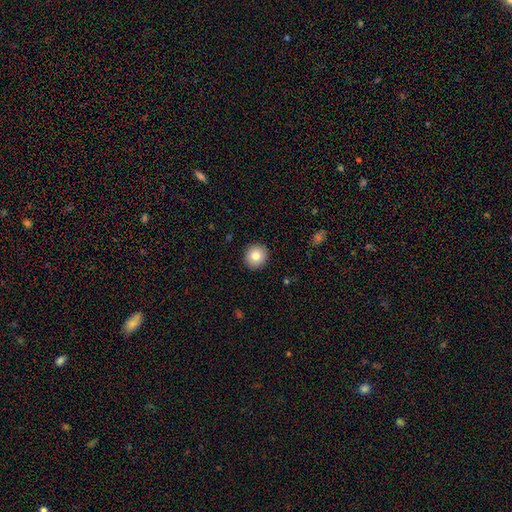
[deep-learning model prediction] Morphology: type=smooth (82%); roundness=round (93%); merging=none (92%).